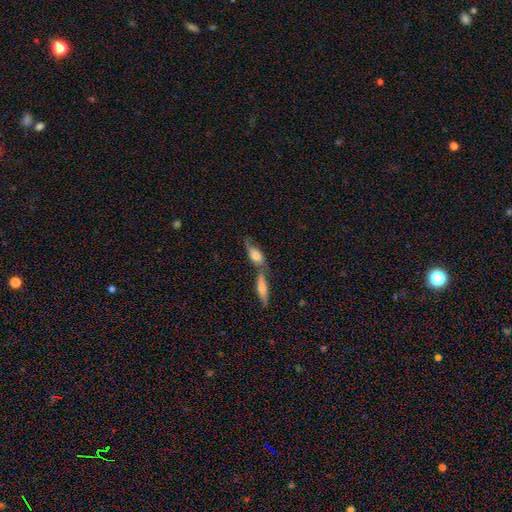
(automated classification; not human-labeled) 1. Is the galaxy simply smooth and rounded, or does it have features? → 70% smooth, 23% featured or disk, 7% star or artifact.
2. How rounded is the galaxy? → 72% in between, 23% cigar-shaped, 5% round.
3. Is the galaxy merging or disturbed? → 45% merger, 38% none, 12% minor disturbance, 5% major disturbance.